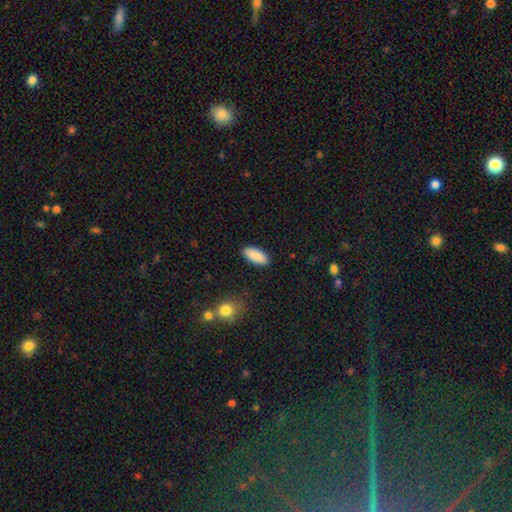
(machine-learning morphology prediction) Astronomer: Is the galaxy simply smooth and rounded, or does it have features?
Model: smooth — 90%.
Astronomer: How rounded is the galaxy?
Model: in between — 84%.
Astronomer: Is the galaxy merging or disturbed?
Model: none — 90%.